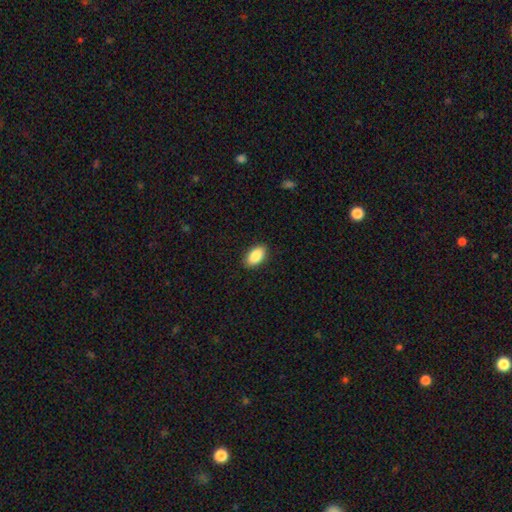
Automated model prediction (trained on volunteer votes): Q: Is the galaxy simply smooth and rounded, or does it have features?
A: smooth — 89%.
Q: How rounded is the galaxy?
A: in between — 93%.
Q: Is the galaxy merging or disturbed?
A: none — 89%.